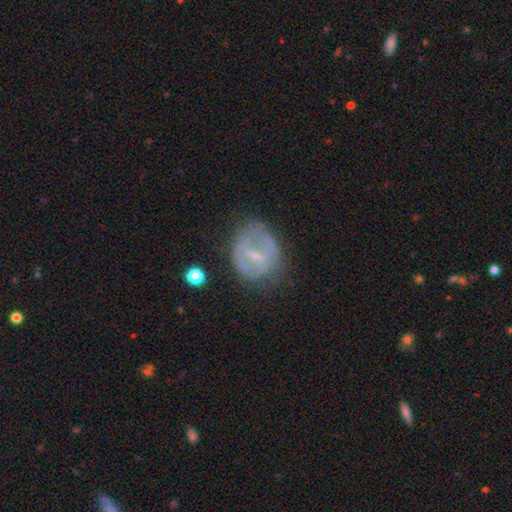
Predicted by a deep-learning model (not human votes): A featured or disk galaxy (63%) with a weak bar (51%), no spiral arms (50%, tied with yes) and a small central bulge (51%). Merging: none (56%).